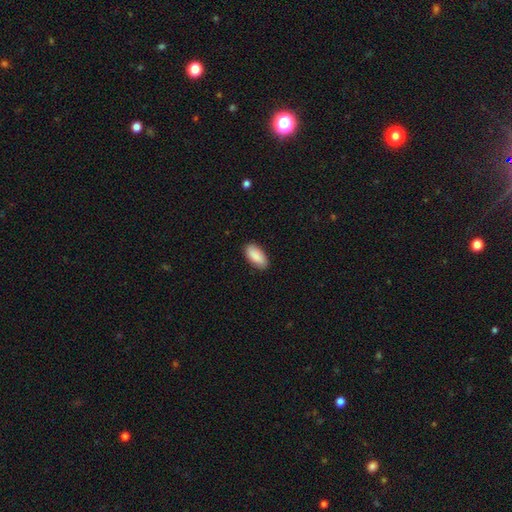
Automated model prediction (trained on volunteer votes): Smooth or featured: smooth — 90% (star or artifact — 6%)
How rounded: in between — 92% (cigar-shaped — 6%)
Merging: none — 87% (minor disturbance — 10%)